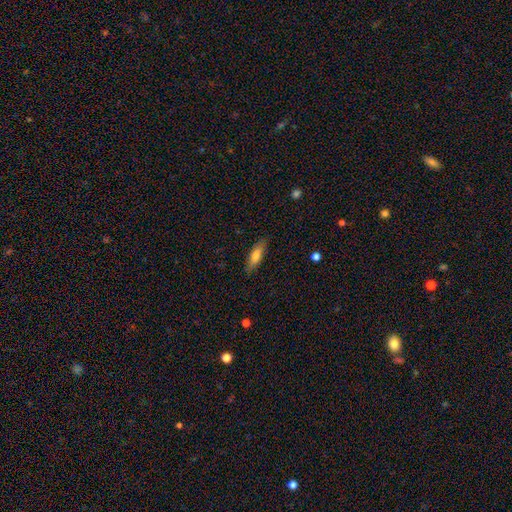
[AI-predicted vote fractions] Smooth or featured? smooth (70%)
How rounded? cigar-shaped (51%)
Merging? none (86%)